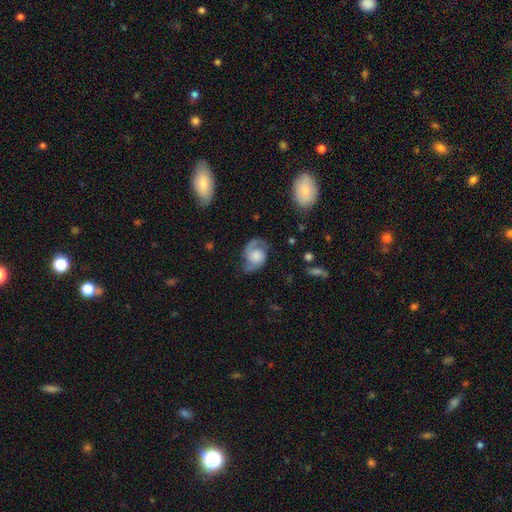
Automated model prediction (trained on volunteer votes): smooth-or-featured: featured or disk: 83% | smooth: 12% | star or artifact: 6%
  disk-edge-on: no: 98% | yes: 2%
    bar: no: 67% | weak: 28% | strong: 5%
    has-spiral-arms: yes: 96% | no: 4%
      spiral-winding: medium: 53% | tight: 24% | loose: 23%
      spiral-arm-count: 2: 88% | 1: 5% | can't tell: 3% | 3: 1% | 4: 1% | more than 4: 1%
    bulge-size: moderate: 35% | large: 24% | small: 22% | none: 15% | dominant: 3%
  merging: none: 67% | minor disturbance: 21% | major disturbance: 11% | merger: 2%